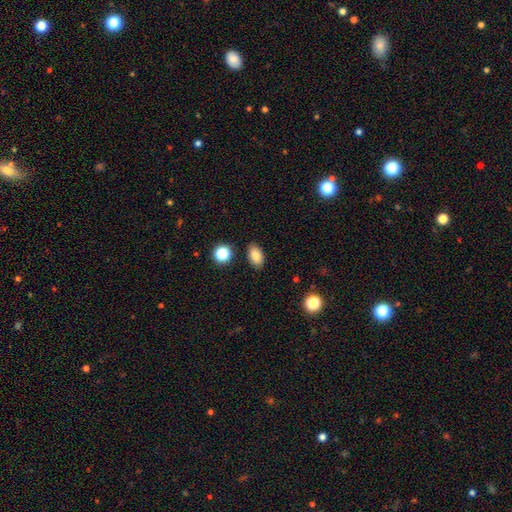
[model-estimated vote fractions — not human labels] Smooth or featured: smooth — 83% (star or artifact — 9%)
How rounded: in between — 89% (round — 9%)
Merging: none — 86% (minor disturbance — 9%)